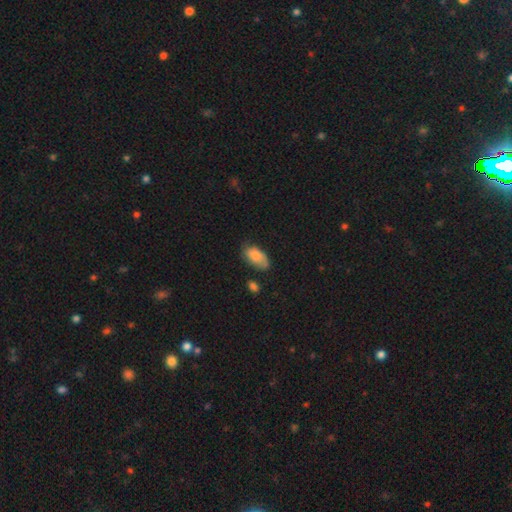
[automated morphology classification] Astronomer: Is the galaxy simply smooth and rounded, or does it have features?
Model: smooth — 78%.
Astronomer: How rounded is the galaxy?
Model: in between — 93%.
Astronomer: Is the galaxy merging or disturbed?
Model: none — 58%.